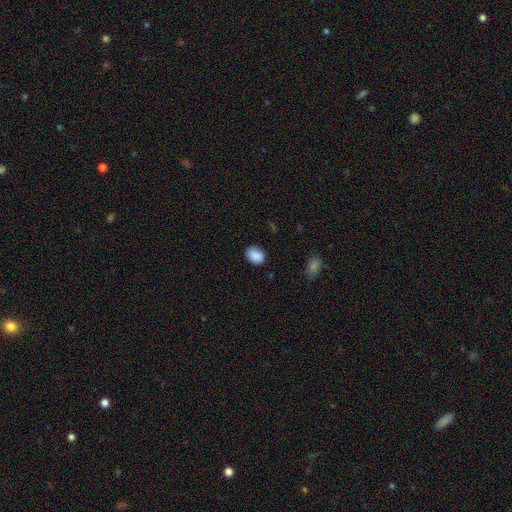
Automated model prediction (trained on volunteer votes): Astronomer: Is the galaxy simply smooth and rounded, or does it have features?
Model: smooth — 89%.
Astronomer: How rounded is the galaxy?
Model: in between — 65%.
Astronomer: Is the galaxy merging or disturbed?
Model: none — 79%.